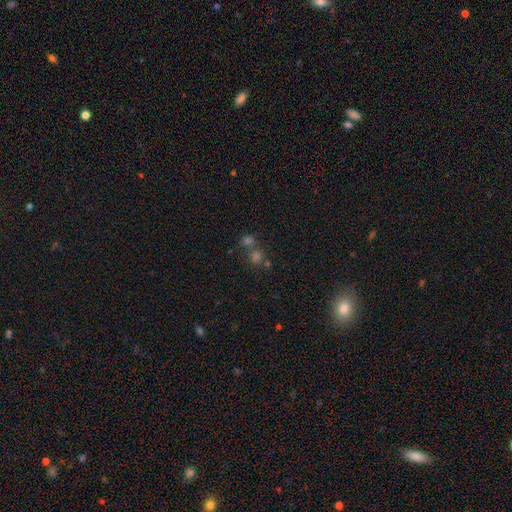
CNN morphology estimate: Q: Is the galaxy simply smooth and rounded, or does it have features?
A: smooth — 49%.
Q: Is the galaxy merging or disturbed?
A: none — 56%.